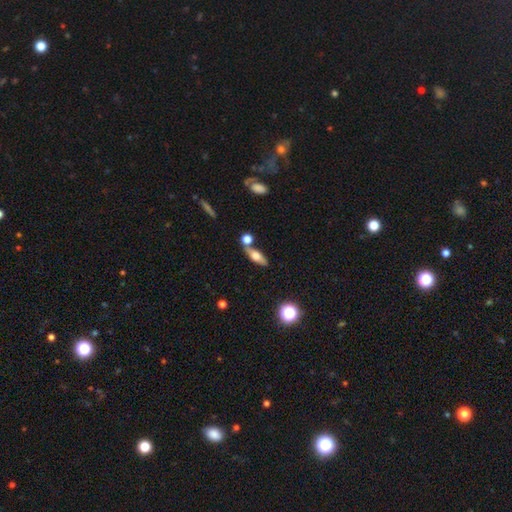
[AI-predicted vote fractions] The model was most divided on "smooth or featured": smooth: 47%, featured or disk: 44%, star or artifact: 9%. More confident: merging — none (63%).